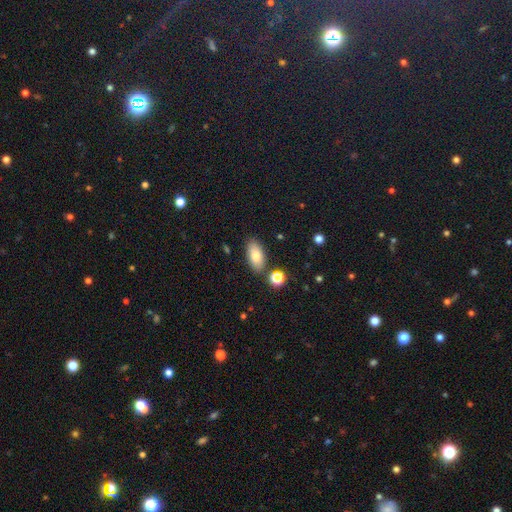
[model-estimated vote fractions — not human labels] Smooth or featured?
  - smooth: 77% *
  - featured or disk: 15%
  - star or artifact: 8%
How rounded?
  - in between: 90% *
  - cigar-shaped: 6%
  - round: 4%
Merging?
  - none: 82% *
  - minor disturbance: 11%
  - merger: 5%
  - major disturbance: 3%